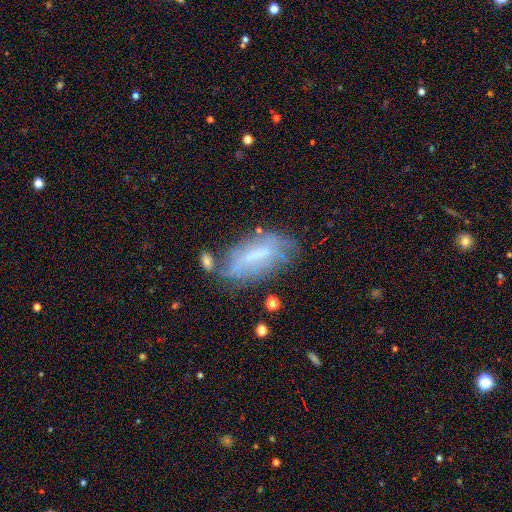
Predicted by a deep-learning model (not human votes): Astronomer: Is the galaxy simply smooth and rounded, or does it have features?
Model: featured or disk — 53% (runner-up: smooth, 37%).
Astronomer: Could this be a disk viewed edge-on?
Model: no — 78%.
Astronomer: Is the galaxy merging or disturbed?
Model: none — 48% (runner-up: minor disturbance, 28%).